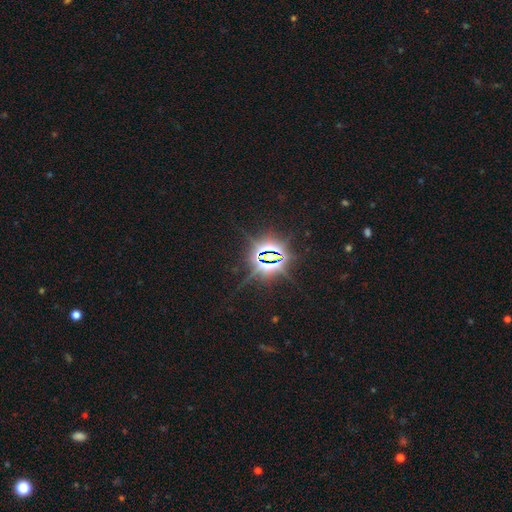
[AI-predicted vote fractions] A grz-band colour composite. It shows a star or artifact, not a galaxy (85%).